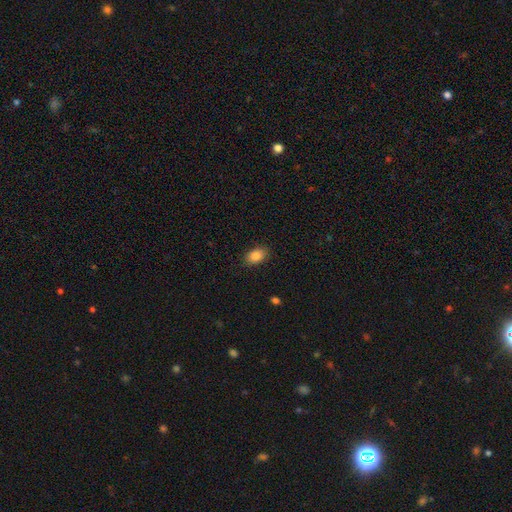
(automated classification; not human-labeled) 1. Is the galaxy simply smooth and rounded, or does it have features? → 88% smooth, 8% star or artifact, 4% featured or disk.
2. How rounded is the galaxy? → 88% in between, 10% round, 2% cigar-shaped.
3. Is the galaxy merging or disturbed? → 87% none, 9% minor disturbance, 2% major disturbance, 1% merger.